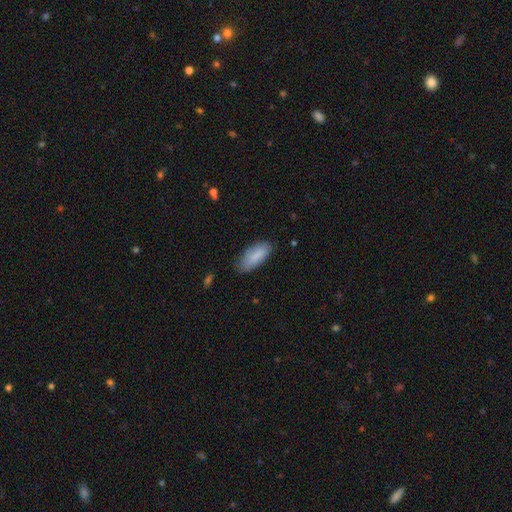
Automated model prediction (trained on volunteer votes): This is clearly a smooth galaxy (85%). How rounded: likely in between (77%). Merging: likely none (76%).